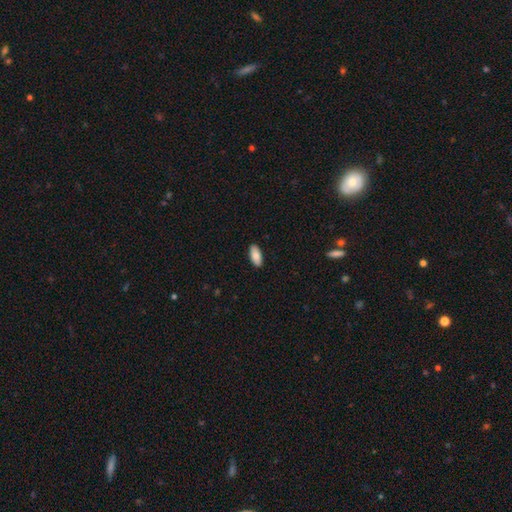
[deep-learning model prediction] smooth 88%, featured or disk 7%, star or artifact 6%. Down the decision tree: how rounded — in between (87%); merging — none (90%).